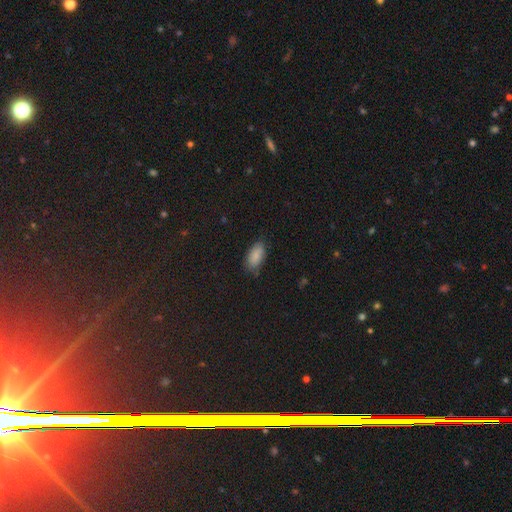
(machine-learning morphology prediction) Smooth or featured: smooth — 85% (star or artifact — 8%)
How rounded: in between — 93% (cigar-shaped — 4%)
Merging: none — 74% (minor disturbance — 20%)